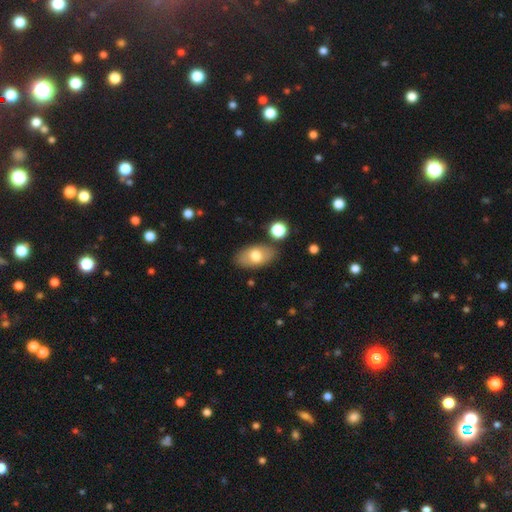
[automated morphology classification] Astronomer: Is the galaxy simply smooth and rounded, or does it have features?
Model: smooth — 72%.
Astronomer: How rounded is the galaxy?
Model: in between — 92%.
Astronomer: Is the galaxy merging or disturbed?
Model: none — 81%.